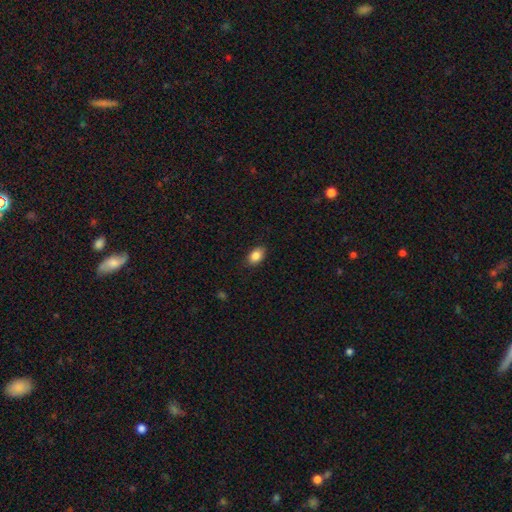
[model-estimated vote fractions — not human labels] Smooth or featured: smooth — 86% (star or artifact — 8%)
How rounded: in between — 84% (round — 15%)
Merging: none — 86% (minor disturbance — 11%)